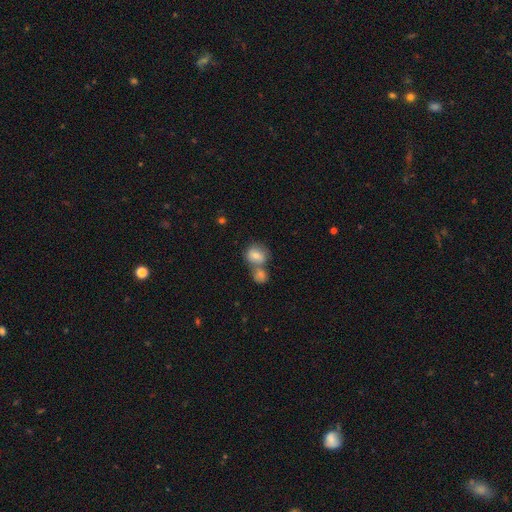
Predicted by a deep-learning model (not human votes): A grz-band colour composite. It shows a smooth galaxy with no disk features (73%) that is round (66%). Merging: merger (53%).